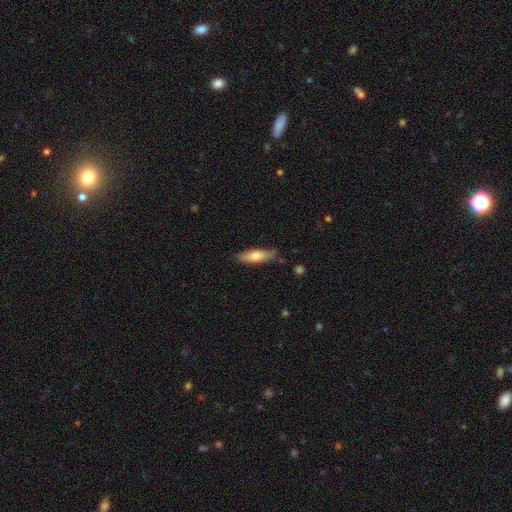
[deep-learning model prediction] Q: Smooth or featured?
A: smooth (70%); runner-up: featured or disk (24%)
Q: How rounded?
A: cigar-shaped (54%); runner-up: in between (44%)
Q: Merging?
A: none (78%); runner-up: minor disturbance (17%)